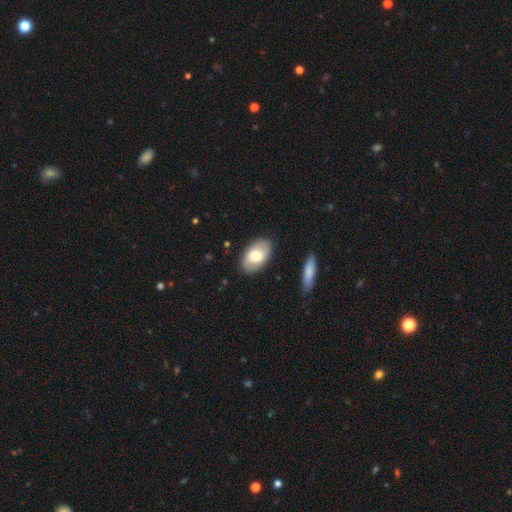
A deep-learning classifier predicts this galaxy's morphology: A smooth galaxy with no disk features (65%) that is in between round and cigar-shaped (93%).

Vote fractions:
- Smooth or featured? smooth: 65% / featured or disk: 29% / star or artifact: 6%
- How rounded? in between: 93% / round: 6% / cigar-shaped: 1%
- Merging? none: 86% / minor disturbance: 10% / major disturbance: 2% / merger: 2%